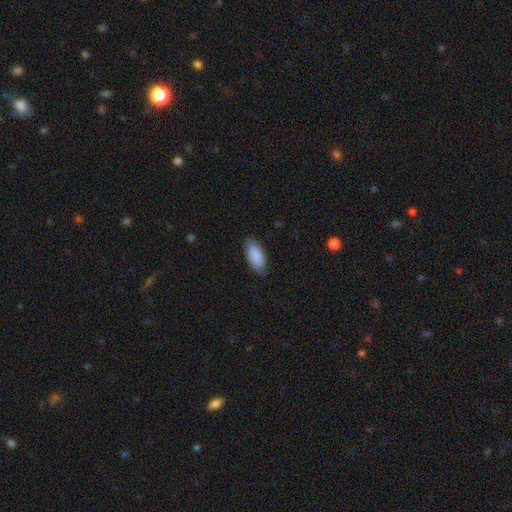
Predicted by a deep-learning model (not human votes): This appears to be a smooth galaxy with no disk features (86%) that is in between round and cigar-shaped (91%). Merging: none (81%).